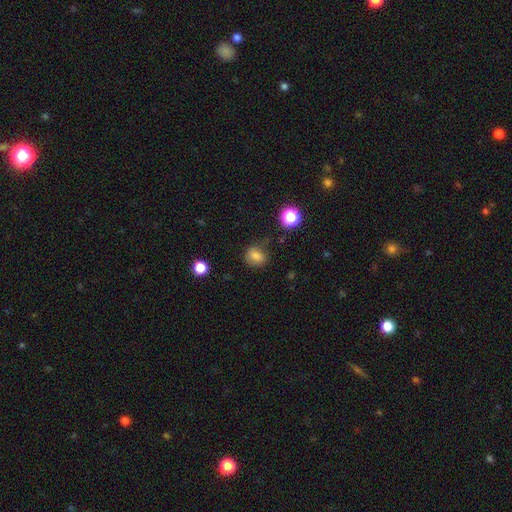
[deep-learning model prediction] Overall: smooth (78%). How rounded: round (61%; in between 37%). Merging: none (74%).